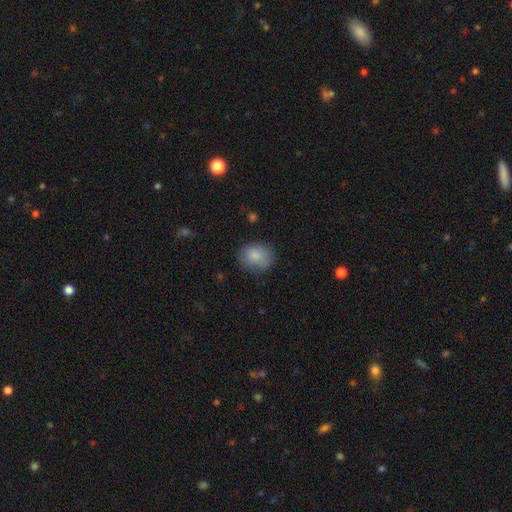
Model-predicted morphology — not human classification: Smooth or featured? Predicted: smooth (p=0.86). How rounded? Predicted: in between (p=0.53). Merging? Predicted: none (p=0.78).